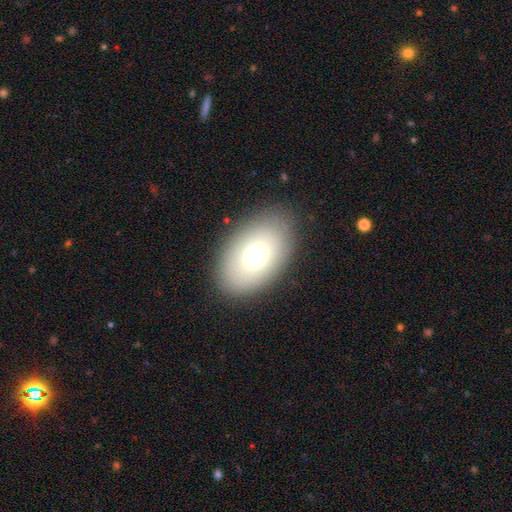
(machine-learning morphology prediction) Q: Smooth or featured?
A: smooth (70%); runner-up: featured or disk (18%)
Q: How rounded?
A: in between (84%); runner-up: round (15%)
Q: Merging?
A: none (85%); runner-up: minor disturbance (9%)